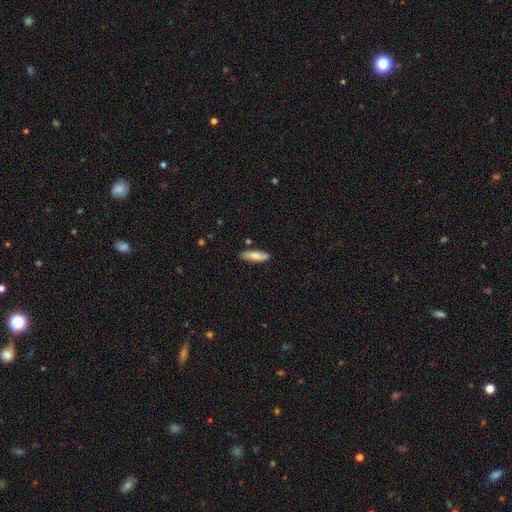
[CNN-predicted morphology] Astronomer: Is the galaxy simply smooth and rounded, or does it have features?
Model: smooth — 74%.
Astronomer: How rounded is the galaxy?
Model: cigar-shaped — 56% (runner-up: in between, 42%).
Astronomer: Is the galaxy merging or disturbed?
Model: none — 83%.